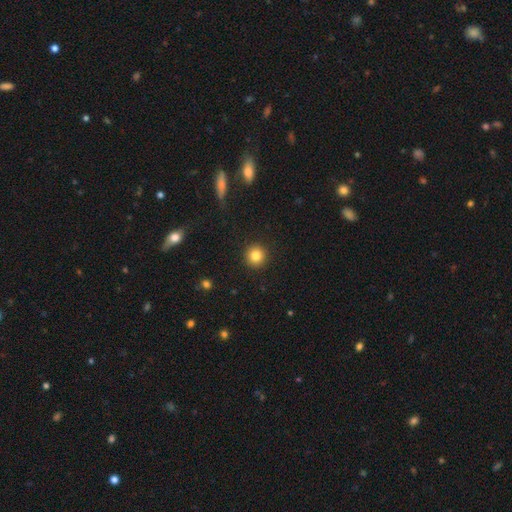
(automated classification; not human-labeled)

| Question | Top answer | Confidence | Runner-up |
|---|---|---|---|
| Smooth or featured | smooth | 83% | star or artifact (11%) |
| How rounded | round | 94% | in between (5%) |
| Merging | none | 92% | minor disturbance (5%) |